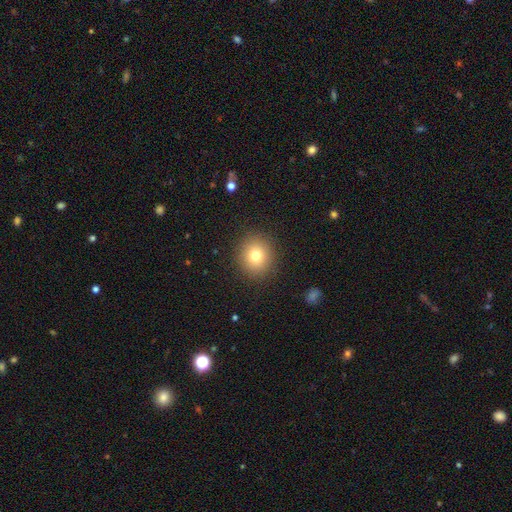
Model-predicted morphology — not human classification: Smooth or featured?
  - smooth: 77% *
  - star or artifact: 13%
  - featured or disk: 10%
How rounded?
  - round: 86% *
  - in between: 13%
  - cigar-shaped: 1%
Merging?
  - none: 90% *
  - minor disturbance: 6%
  - major disturbance: 3%
  - merger: 1%